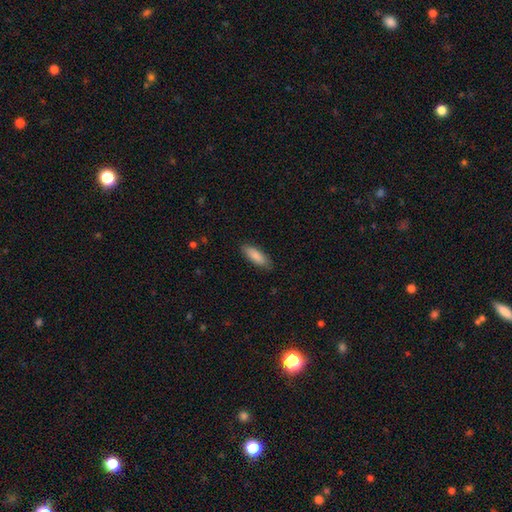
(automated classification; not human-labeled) smooth-or-featured: smooth: 87% | featured or disk: 7% | star or artifact: 6%
  how-rounded: in between: 62% | cigar-shaped: 36% | round: 2%
  merging: none: 86% | minor disturbance: 11% | major disturbance: 2% | merger: 1%